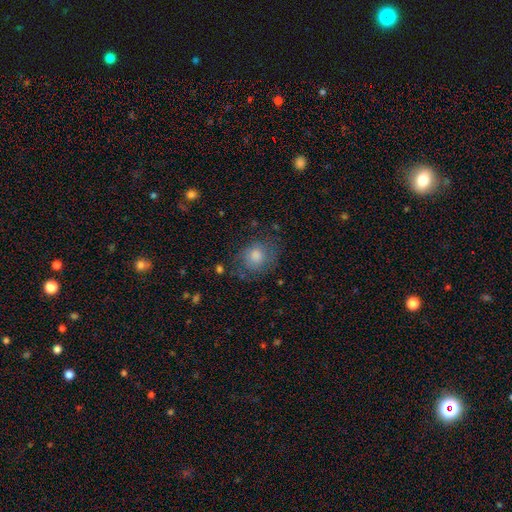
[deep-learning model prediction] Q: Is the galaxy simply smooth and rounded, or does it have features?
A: smooth — 66%.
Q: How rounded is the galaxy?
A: round — 68%.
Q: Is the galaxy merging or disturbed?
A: none — 70%.